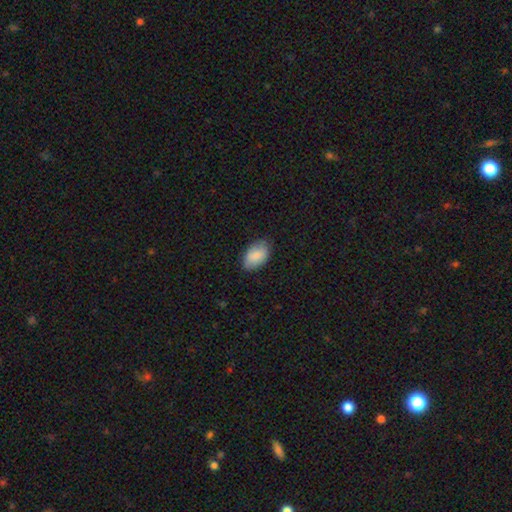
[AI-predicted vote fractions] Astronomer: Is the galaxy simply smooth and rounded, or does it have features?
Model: smooth — 87%.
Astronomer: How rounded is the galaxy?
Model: in between — 93%.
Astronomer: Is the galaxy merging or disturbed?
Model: none — 81%.